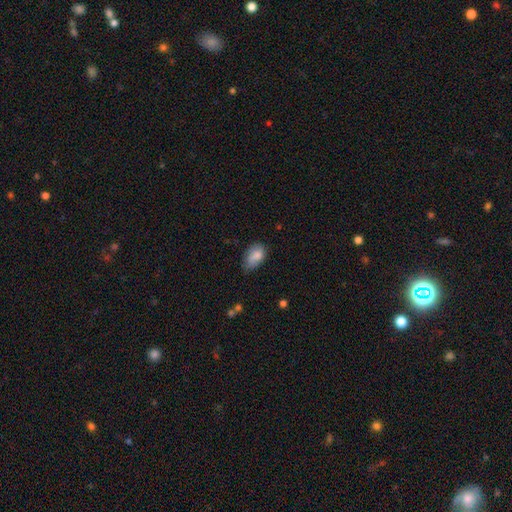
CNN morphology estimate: A smooth galaxy with no disk features (84%) that is in between round and cigar-shaped (91%).

Vote fractions:
- Smooth or featured? smooth: 84% / featured or disk: 8% / star or artifact: 7%
- How rounded? in between: 91% / round: 7% / cigar-shaped: 2%
- Merging? none: 58% / minor disturbance: 33% / major disturbance: 7% / merger: 2%